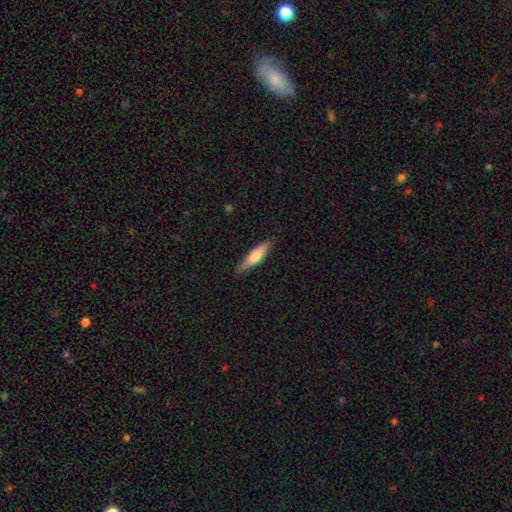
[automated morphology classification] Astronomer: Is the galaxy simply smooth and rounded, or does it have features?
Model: smooth — 66%.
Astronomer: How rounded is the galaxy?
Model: cigar-shaped — 69%.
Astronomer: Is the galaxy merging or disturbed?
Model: none — 84%.